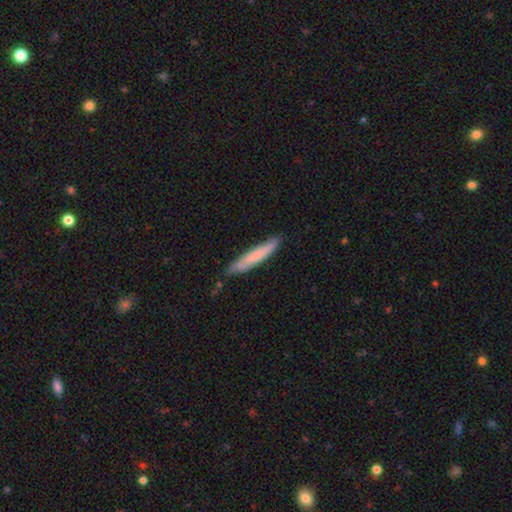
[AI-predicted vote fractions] smooth 67%, featured or disk 27%, star or artifact 6%. Down the decision tree: how rounded — cigar-shaped (92%); merging — none (74%).